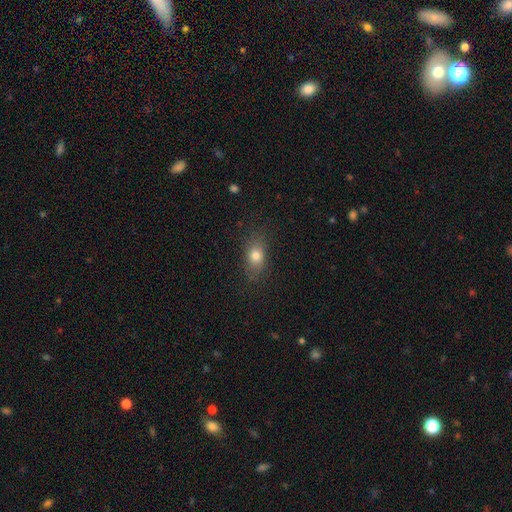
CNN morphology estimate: type=smooth (77%); roundness=in between (71%); merging=none (80%).